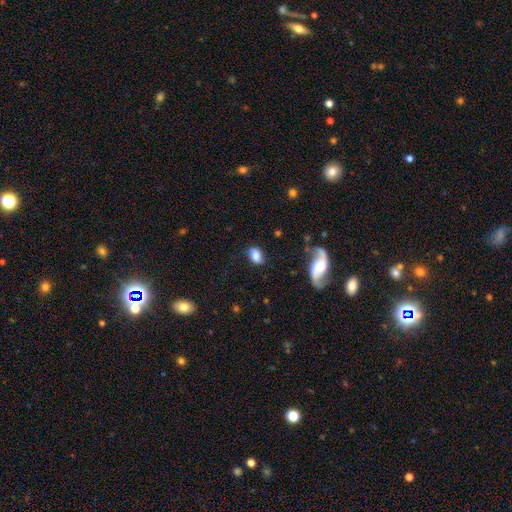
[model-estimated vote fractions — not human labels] Smooth or featured?
  - smooth: 77% *
  - featured or disk: 15%
  - star or artifact: 9%
How rounded?
  - in between: 84% *
  - round: 14%
  - cigar-shaped: 2%
Merging?
  - none: 77% *
  - minor disturbance: 16%
  - major disturbance: 5%
  - merger: 3%